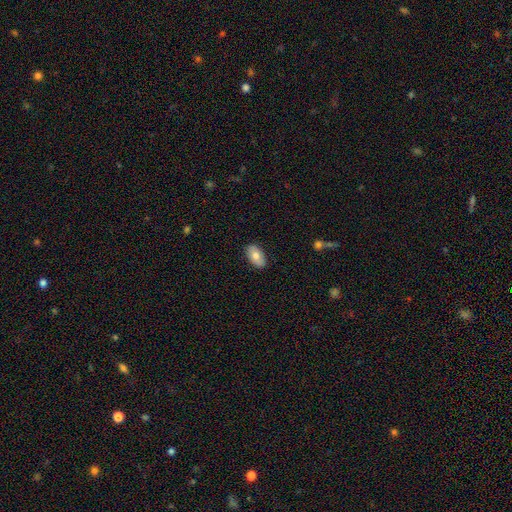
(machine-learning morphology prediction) type=smooth (75%); roundness=in between (94%); merging=none (87%).